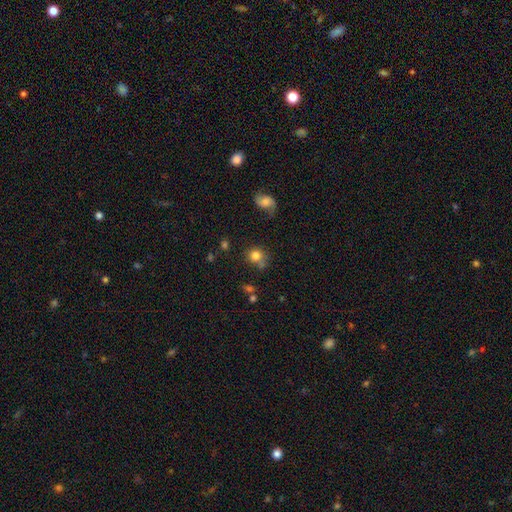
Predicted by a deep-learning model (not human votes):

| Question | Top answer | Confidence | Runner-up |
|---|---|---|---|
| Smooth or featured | smooth | 79% | star or artifact (11%) |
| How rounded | round | 80% | in between (19%) |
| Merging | none | 61% | minor disturbance (18%) |